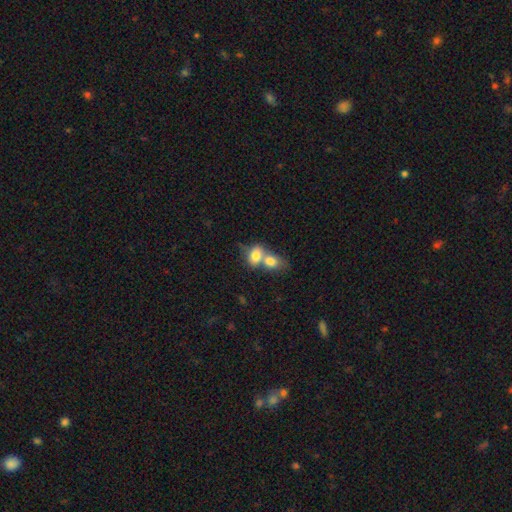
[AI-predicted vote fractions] smooth 76%, featured or disk 16%, star or artifact 8%. Down the decision tree: how rounded — in between (65%); merging — merger (71%).